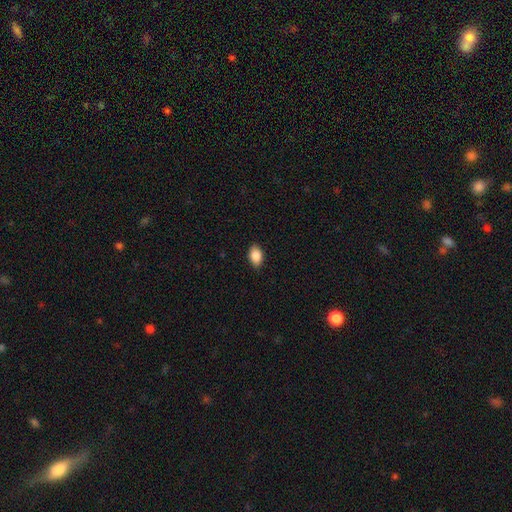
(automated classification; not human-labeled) smooth-or-featured: smooth: 88% | star or artifact: 8% | featured or disk: 4%
  how-rounded: in between: 87% | round: 11% | cigar-shaped: 1%
  merging: none: 87% | minor disturbance: 10% | major disturbance: 2% | merger: 1%